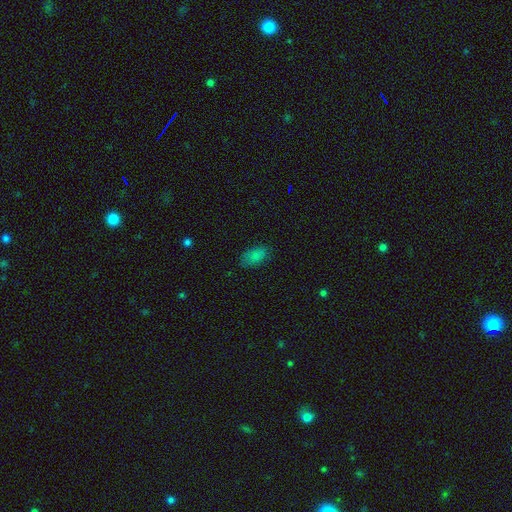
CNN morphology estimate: Overall: smooth (82%). How rounded: in between (92%). Merging: none (78%).